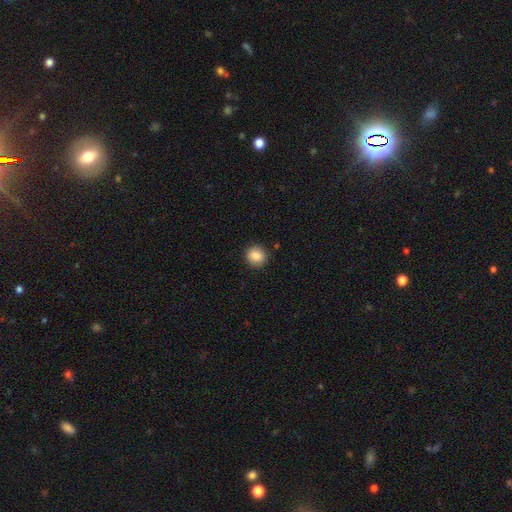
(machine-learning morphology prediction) smooth-or-featured: smooth: 87% | star or artifact: 9% | featured or disk: 4%
  how-rounded: round: 88% | in between: 11% | cigar-shaped: 1%
  merging: none: 89% | minor disturbance: 7% | major disturbance: 2% | merger: 1%